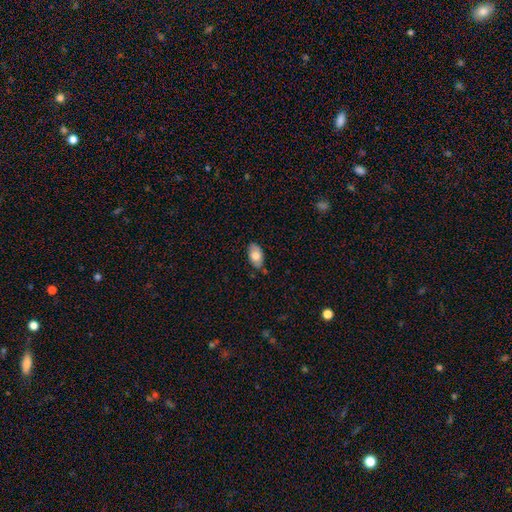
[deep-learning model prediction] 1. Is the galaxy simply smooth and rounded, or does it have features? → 73% smooth, 20% featured or disk, 7% star or artifact.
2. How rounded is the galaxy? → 93% in between, 5% round, 2% cigar-shaped.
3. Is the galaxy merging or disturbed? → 79% none, 16% minor disturbance, 3% major disturbance, 2% merger.